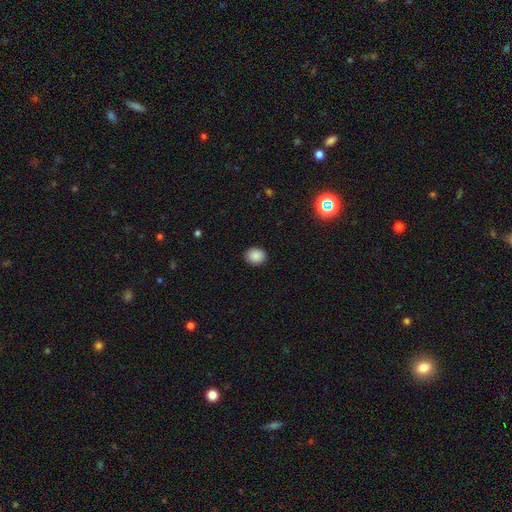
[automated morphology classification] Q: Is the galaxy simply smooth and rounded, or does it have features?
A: smooth — 87%.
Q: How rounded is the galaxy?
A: round — 63%.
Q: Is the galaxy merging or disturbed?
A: none — 90%.